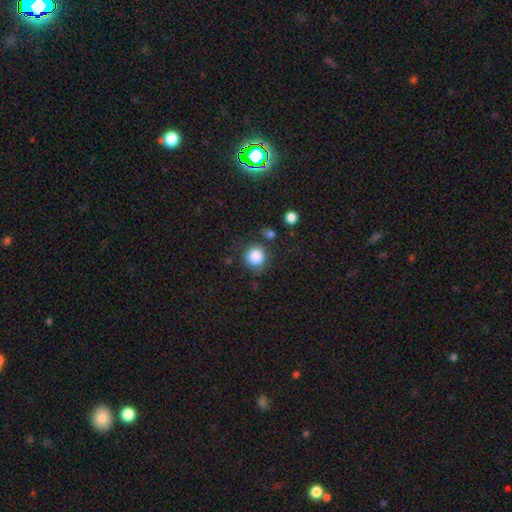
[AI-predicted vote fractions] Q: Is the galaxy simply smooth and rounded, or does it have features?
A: smooth — 86%.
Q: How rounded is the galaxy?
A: round — 88%.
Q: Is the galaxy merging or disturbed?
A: none — 77%.